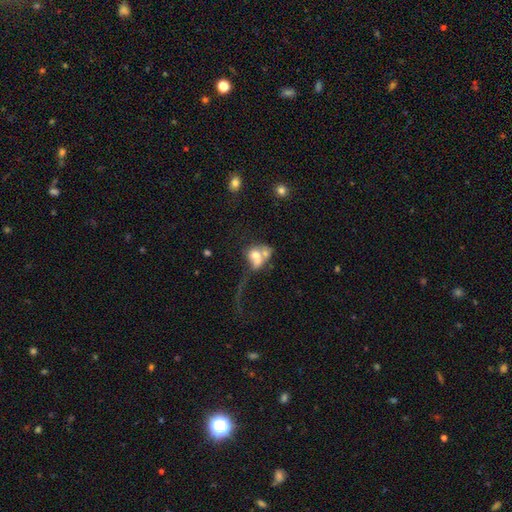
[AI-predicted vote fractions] Overall: smooth (55%; featured or disk 34%). How rounded: in between (50%; round 48%). Merging: merger (63%).